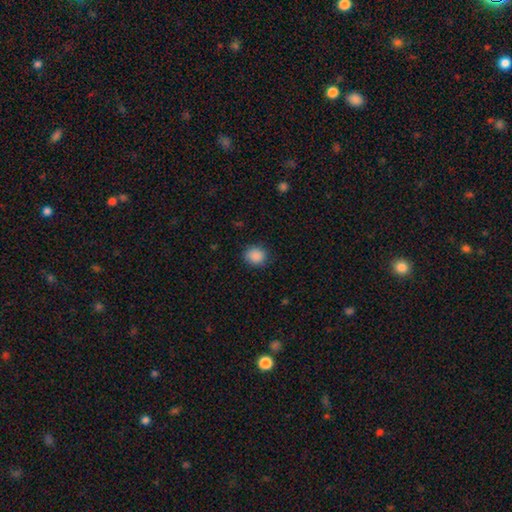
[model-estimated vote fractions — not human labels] smooth-or-featured: smooth: 88% | star or artifact: 9% | featured or disk: 3%
  how-rounded: round: 70% | in between: 29% | cigar-shaped: 1%
  merging: none: 84% | minor disturbance: 12% | major disturbance: 3% | merger: 1%